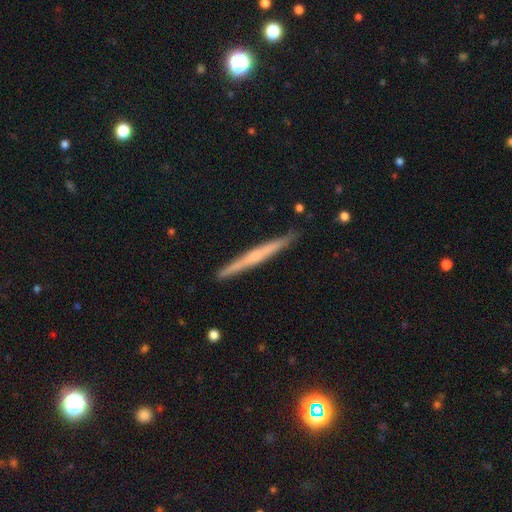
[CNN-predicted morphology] Smooth or featured: featured or disk — 60% (smooth — 35%)
Edge-on disk: yes — 98% (no — 2%)
Edge-on bulge: none — 57% (rounded — 36%)
Merging: none — 91% (minor disturbance — 7%)